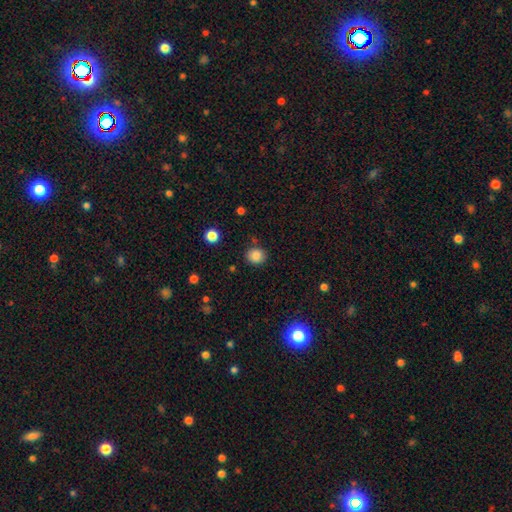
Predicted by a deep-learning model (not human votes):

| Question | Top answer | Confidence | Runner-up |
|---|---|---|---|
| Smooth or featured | smooth | 85% | star or artifact (11%) |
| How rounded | round | 84% | in between (15%) |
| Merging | none | 84% | minor disturbance (10%) |